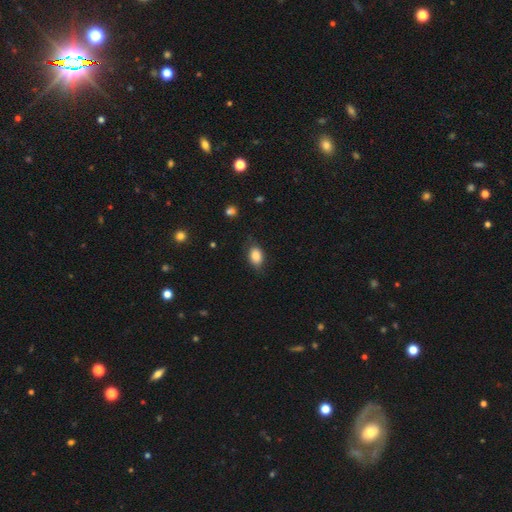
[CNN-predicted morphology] Smooth or featured? smooth (85%)
How rounded? in between (82%)
Merging? none (74%)